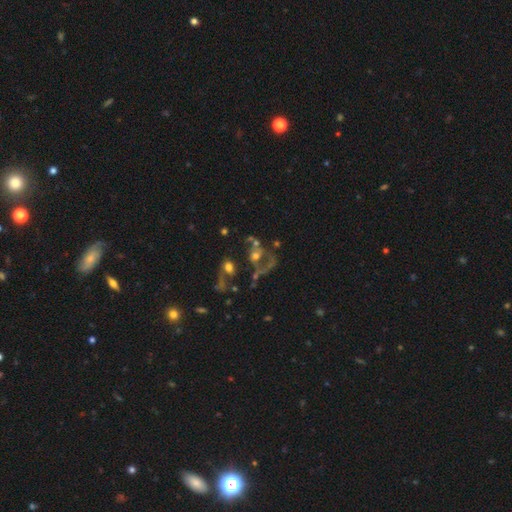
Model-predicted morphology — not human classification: Smooth or featured? featured or disk (50%)
Edge-on disk? no (96%)
Merging? merger (33%)